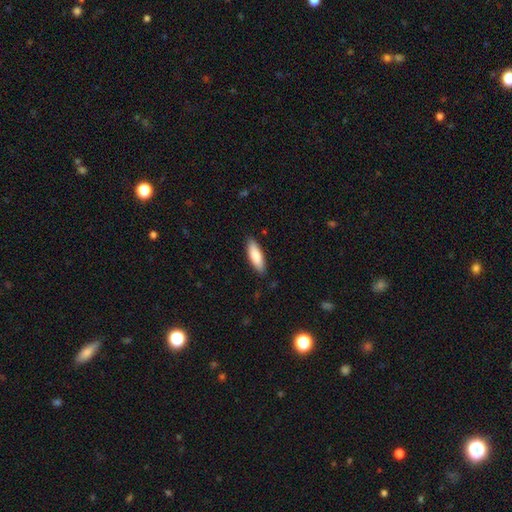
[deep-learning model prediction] Smooth or featured?
  - smooth: 84% *
  - featured or disk: 11%
  - star or artifact: 5%
How rounded?
  - in between: 54% *
  - cigar-shaped: 45%
  - round: 2%
Merging?
  - none: 87% *
  - minor disturbance: 10%
  - major disturbance: 2%
  - merger: 1%